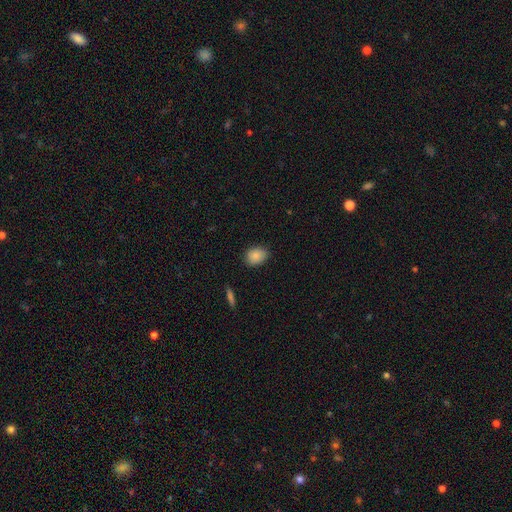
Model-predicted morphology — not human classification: smooth_or_featured: smooth (p=0.87) [alt: star or artifact p=0.08]
how_rounded: in between (p=0.58) [alt: round p=0.41]
merging: none (p=0.83) [alt: minor disturbance p=0.14]